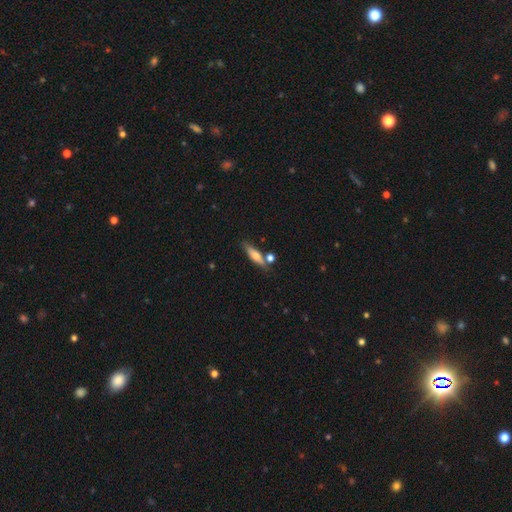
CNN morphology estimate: This is possibly a smooth galaxy (59%). How rounded: likely cigar-shaped (67%). Merging: likely none (70%).